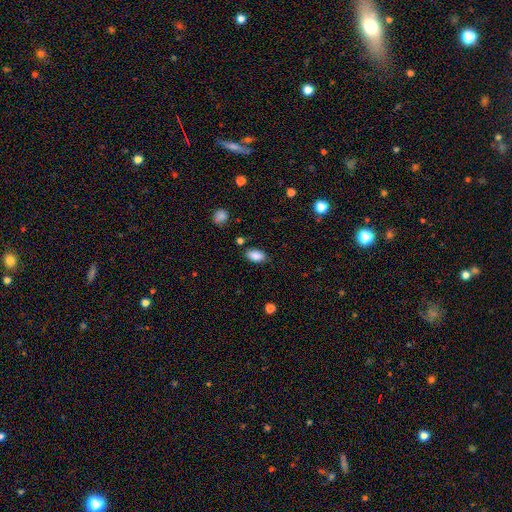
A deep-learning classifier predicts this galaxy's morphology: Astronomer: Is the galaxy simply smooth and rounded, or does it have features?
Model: smooth — 87%.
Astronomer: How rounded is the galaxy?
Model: in between — 92%.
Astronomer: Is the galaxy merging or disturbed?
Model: none — 80%.